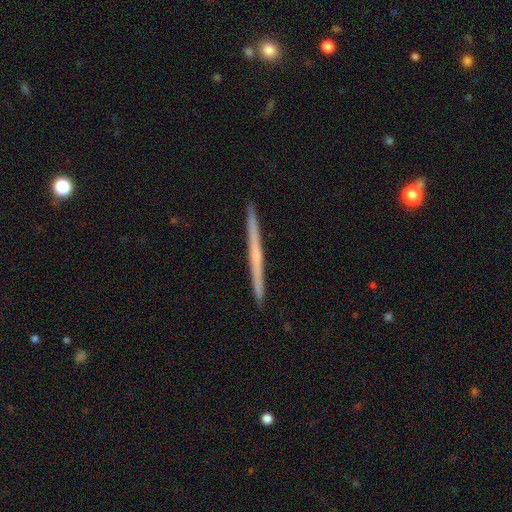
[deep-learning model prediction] The model was most divided on "smooth or featured": featured or disk: 61%, smooth: 33%, star or artifact: 6%. More confident: edge-on disk — yes (98%); merging — none (93%); edge-on bulge — none (78%).